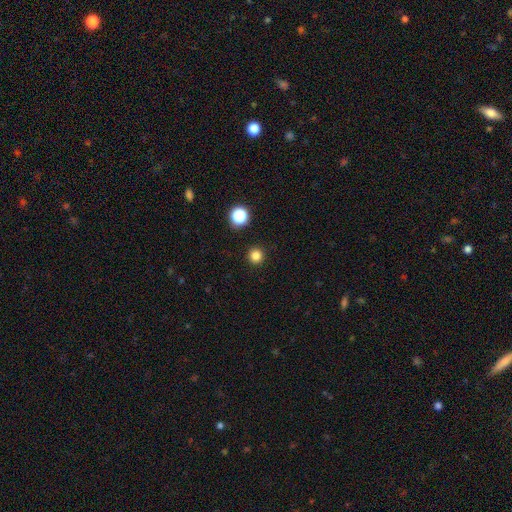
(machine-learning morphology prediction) Q: Smooth or featured?
A: smooth (82%); runner-up: star or artifact (14%)
Q: How rounded?
A: round (95%); runner-up: in between (4%)
Q: Merging?
A: none (93%); runner-up: minor disturbance (4%)